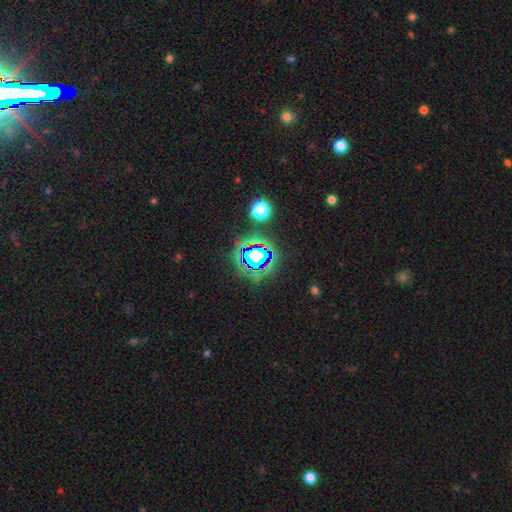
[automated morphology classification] This appears to be a star or artifact, not a galaxy (71%).